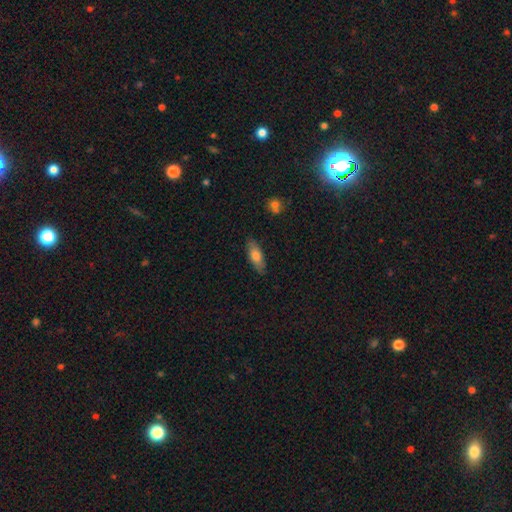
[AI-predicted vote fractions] smooth-or-featured: smooth: 72% | featured or disk: 22% | star or artifact: 6%
  how-rounded: in between: 70% | cigar-shaped: 27% | round: 2%
  merging: none: 84% | minor disturbance: 12% | major disturbance: 2% | merger: 1%